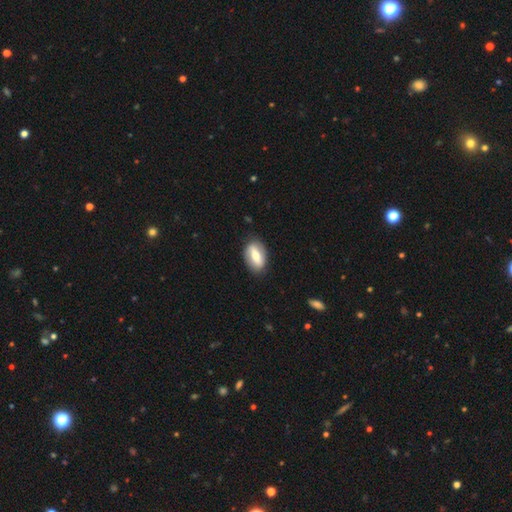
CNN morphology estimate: smooth-or-featured: smooth: 55% | featured or disk: 38% | star or artifact: 6%
  how-rounded: in between: 85% | cigar-shaped: 8% | round: 7%
  merging: none: 84% | minor disturbance: 11% | major disturbance: 3% | merger: 1%